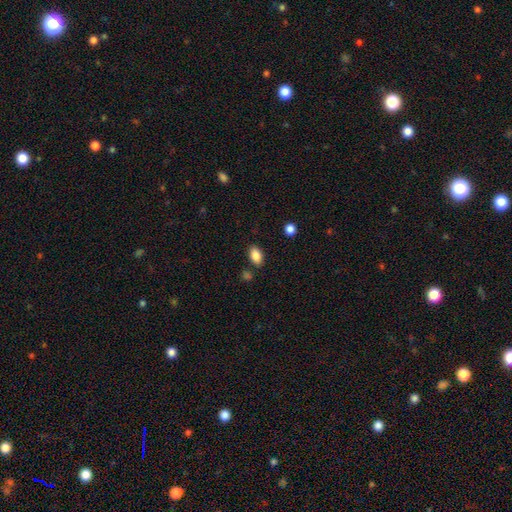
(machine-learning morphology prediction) smooth_or_featured: smooth (p=0.87) [alt: star or artifact p=0.08]
how_rounded: in between (p=0.89) [alt: round p=0.09]
merging: none (p=0.83) [alt: minor disturbance p=0.10]